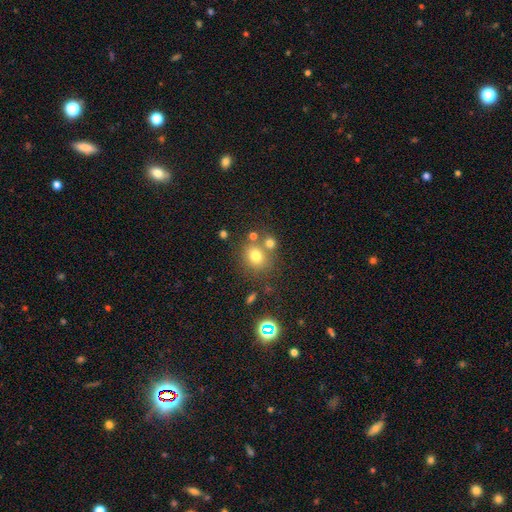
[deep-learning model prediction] Smooth or featured? Predicted: smooth (p=0.72). How rounded? Predicted: round (p=0.73). Merging? Predicted: none (p=0.62).